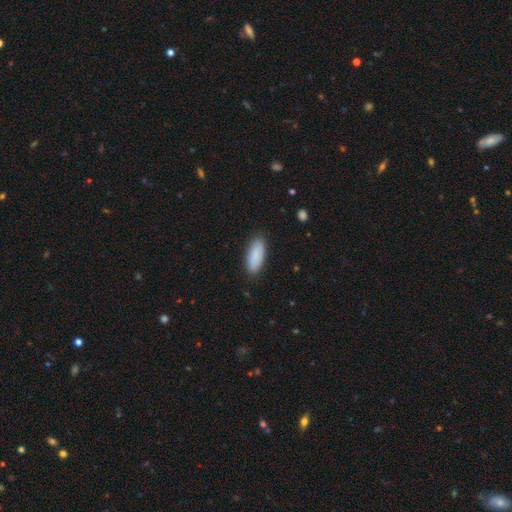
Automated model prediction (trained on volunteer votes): Smooth or featured? Predicted: smooth (p=0.87). How rounded? Predicted: in between (p=0.82). Merging? Predicted: none (p=0.86).